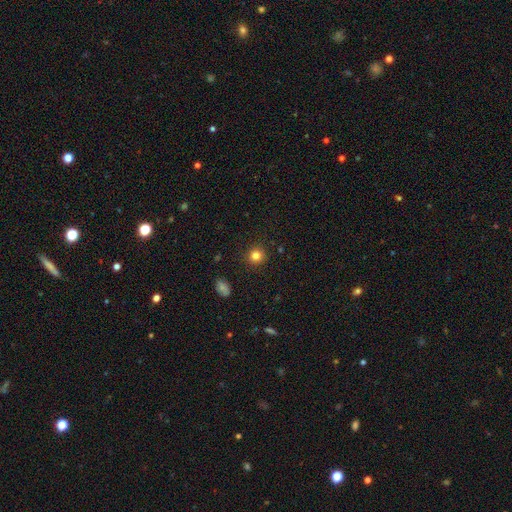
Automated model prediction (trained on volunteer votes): This appears to be a smooth galaxy with no disk features (82%) that is round (91%). Merging: none (91%).